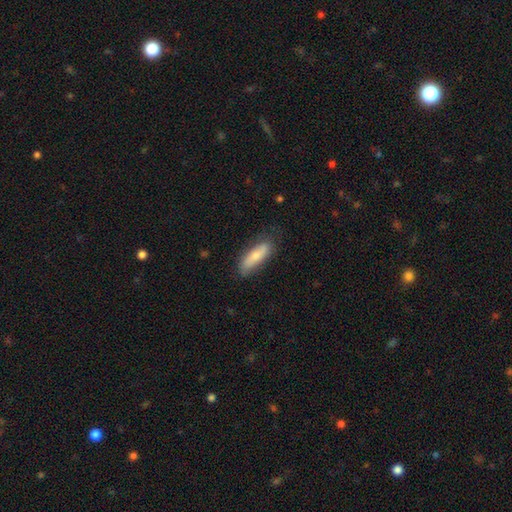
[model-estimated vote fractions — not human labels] smooth_or_featured: smooth (p=0.71) [alt: featured or disk p=0.24]
how_rounded: cigar-shaped (p=0.50) [alt: in between p=0.48]
merging: none (p=0.76) [alt: minor disturbance p=0.18]